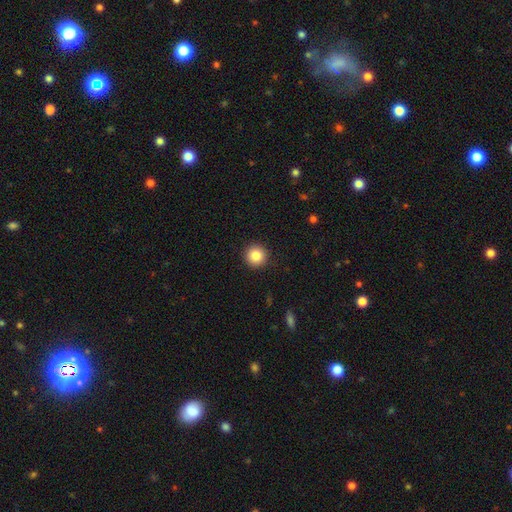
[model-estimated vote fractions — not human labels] This is clearly a smooth galaxy (86%). How rounded: clearly round (96%). Merging: clearly none (93%).